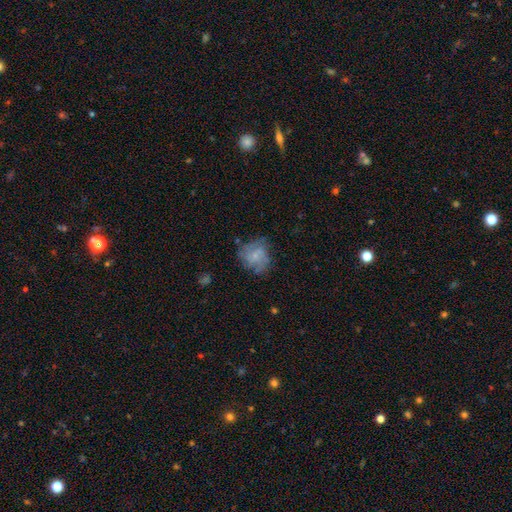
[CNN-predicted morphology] Smooth or featured: featured or disk — 48% (smooth — 42%)
Merging: none — 59% (minor disturbance — 25%)